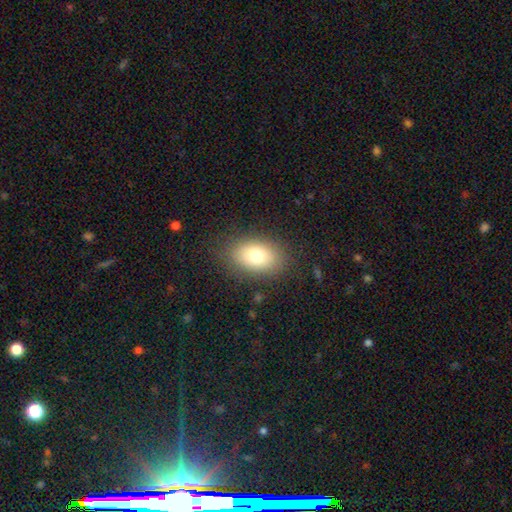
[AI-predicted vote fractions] Q: Smooth or featured?
A: smooth (77%); runner-up: featured or disk (13%)
Q: How rounded?
A: in between (85%); runner-up: round (14%)
Q: Merging?
A: none (84%); runner-up: minor disturbance (11%)